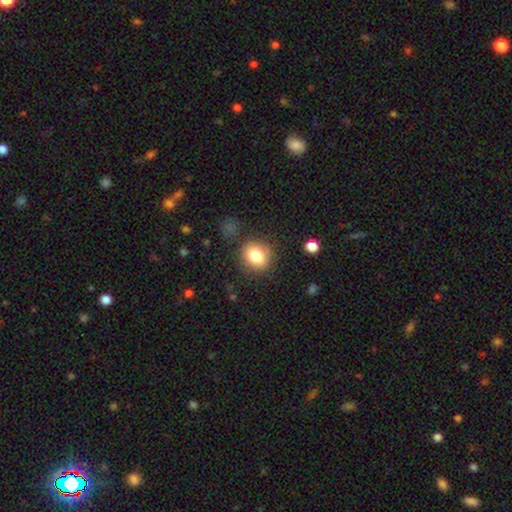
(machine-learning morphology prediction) Smooth or featured?
  - smooth: 80% *
  - star or artifact: 10%
  - featured or disk: 10%
How rounded?
  - round: 67% *
  - in between: 32%
  - cigar-shaped: 1%
Merging?
  - none: 80% *
  - minor disturbance: 12%
  - major disturbance: 5%
  - merger: 2%